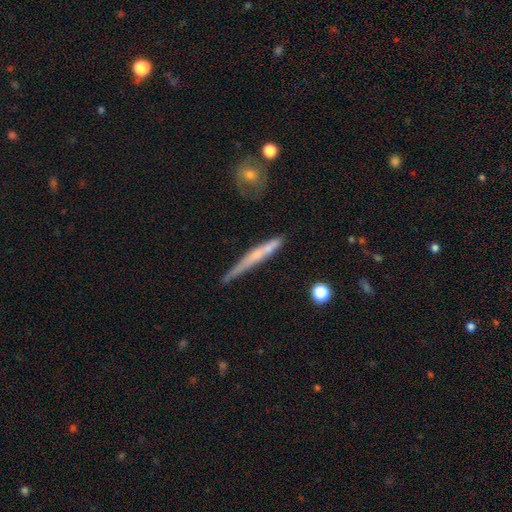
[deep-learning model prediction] Smooth or featured: featured or disk — 49% (smooth — 44%)
Merging: none — 65% (minor disturbance — 24%)